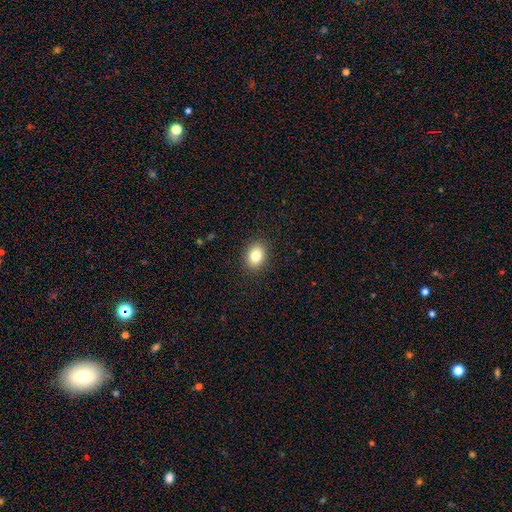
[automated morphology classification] Smooth or featured: smooth — 82% (star or artifact — 10%)
How rounded: in between — 62% (round — 37%)
Merging: none — 89% (minor disturbance — 8%)